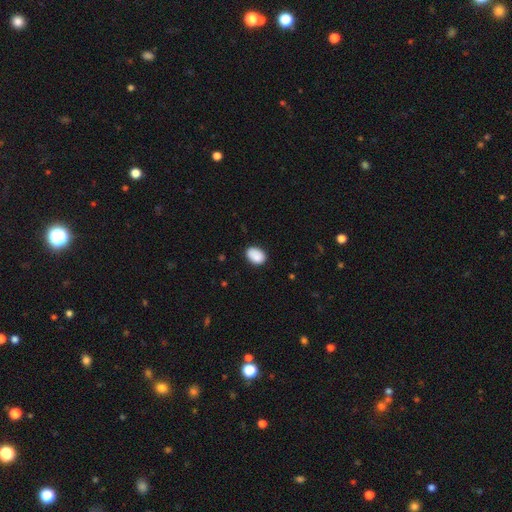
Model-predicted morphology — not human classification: Q: Smooth or featured?
A: smooth (88%); runner-up: star or artifact (7%)
Q: How rounded?
A: in between (82%); runner-up: round (17%)
Q: Merging?
A: none (80%); runner-up: minor disturbance (16%)